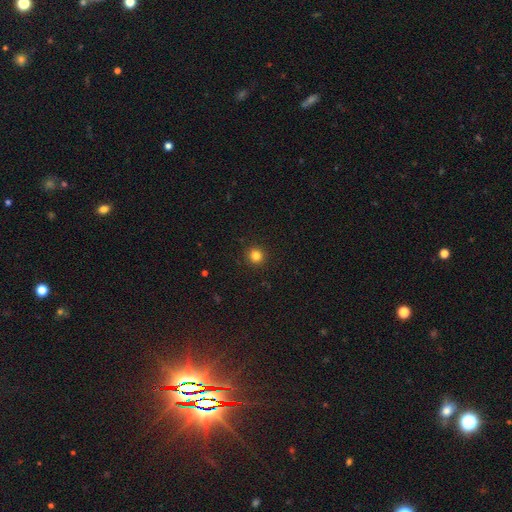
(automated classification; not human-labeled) A smooth galaxy with no disk features (82%) that is round (93%).

Vote fractions:
- Smooth or featured? smooth: 82% / star or artifact: 13% / featured or disk: 5%
- How rounded? round: 93% / in between: 6% / cigar-shaped: 1%
- Merging? none: 92% / minor disturbance: 5% / major disturbance: 2% / merger: 1%